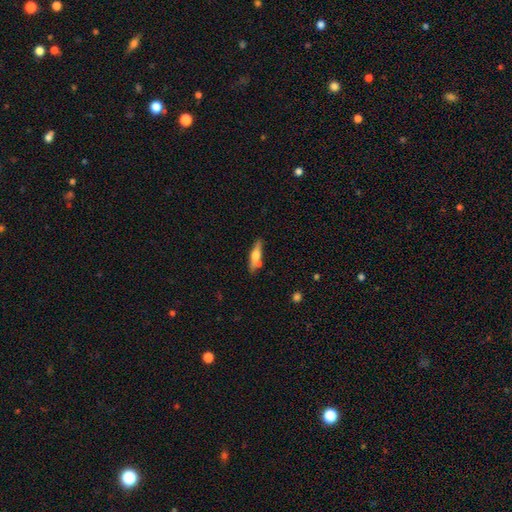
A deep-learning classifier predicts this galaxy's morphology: Smooth or featured: smooth — 49% (featured or disk — 45%)
Merging: none — 69% (minor disturbance — 15%)